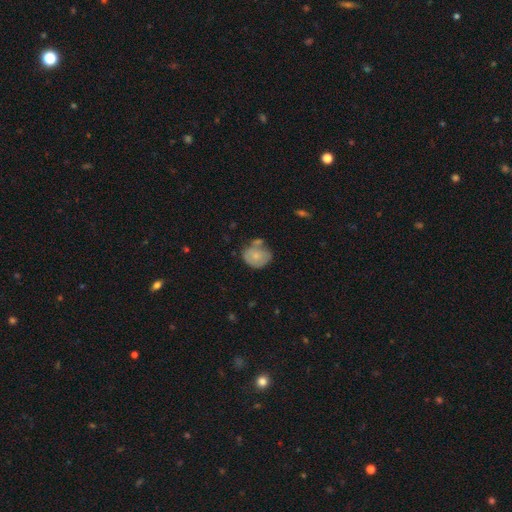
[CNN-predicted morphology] A smooth galaxy with no disk features (68%) that is round (63%).

Vote fractions:
- Smooth or featured? smooth: 68% / featured or disk: 24% / star or artifact: 7%
- How rounded? round: 63% / in between: 36% / cigar-shaped: 1%
- Merging? none: 46% / minor disturbance: 28% / merger: 17% / major disturbance: 9%